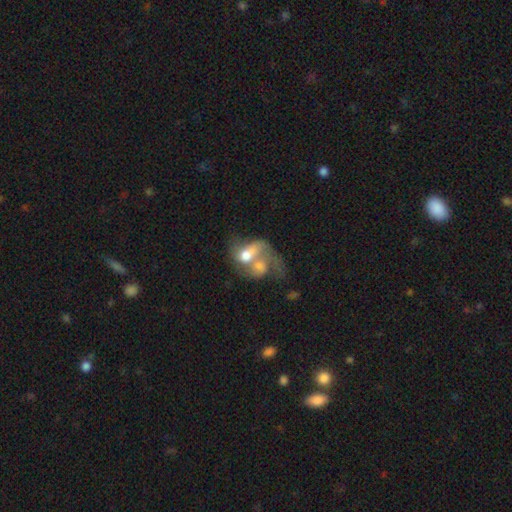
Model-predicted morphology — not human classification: Overall: featured or disk (59%; smooth 30%). Edge-on disk: no (96%). Bar: no (69%). Spiral arms: yes (62%; no 38%). Bulge size: moderate (56%; large 17%). Merging: merger (71%).